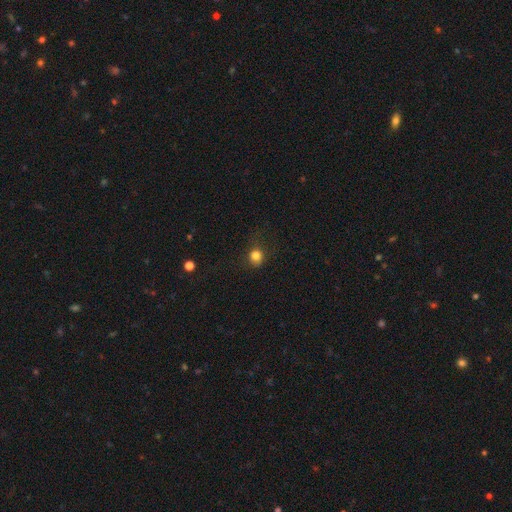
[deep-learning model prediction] Smooth or featured? Predicted: smooth (p=0.81). How rounded? Predicted: round (p=0.80). Merging? Predicted: none (p=0.77).